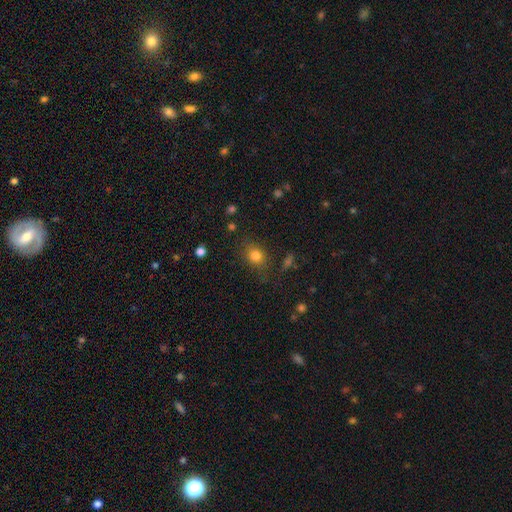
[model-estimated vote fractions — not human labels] A smooth galaxy with no disk features (79%) that is round (52%). Merging: none (76%).